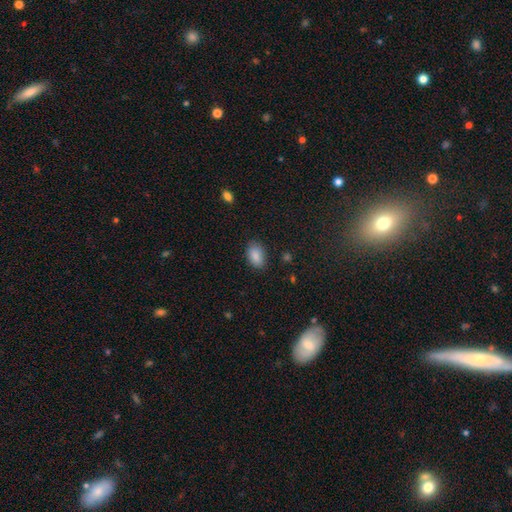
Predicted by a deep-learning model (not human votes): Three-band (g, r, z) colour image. It shows a smooth galaxy with no disk features (88%) that is in between round and cigar-shaped (90%). Merging: none (83%).